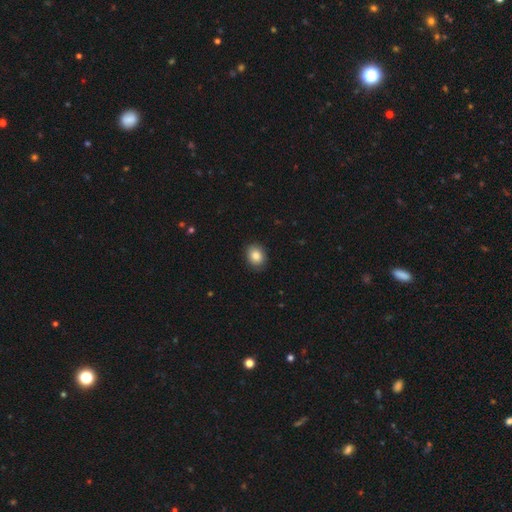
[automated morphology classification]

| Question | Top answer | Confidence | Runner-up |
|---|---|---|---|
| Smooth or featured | smooth | 86% | star or artifact (9%) |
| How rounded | round | 51% | in between (48%) |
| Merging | none | 88% | minor disturbance (9%) |